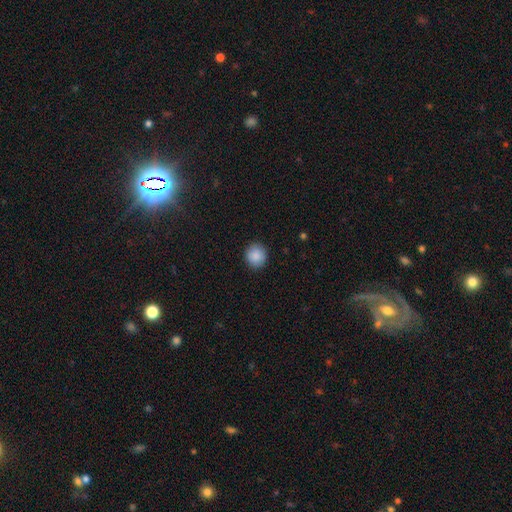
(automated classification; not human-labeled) Smooth or featured?
  - smooth: 88% *
  - star or artifact: 8%
  - featured or disk: 4%
How rounded?
  - round: 90% *
  - in between: 9%
  - cigar-shaped: 1%
Merging?
  - none: 90% *
  - minor disturbance: 7%
  - major disturbance: 2%
  - merger: 1%